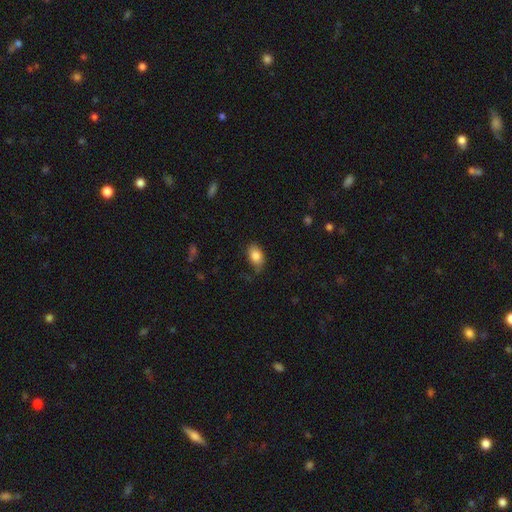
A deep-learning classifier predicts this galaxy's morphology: Smooth or featured: smooth — 85% (featured or disk — 8%)
How rounded: in between — 88% (round — 10%)
Merging: none — 71% (minor disturbance — 22%)